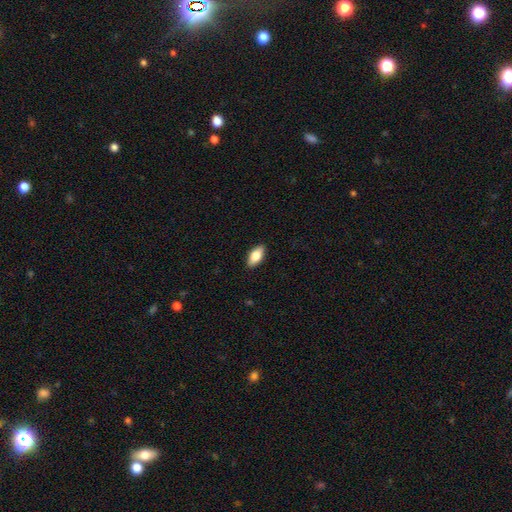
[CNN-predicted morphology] Overall: smooth (79%). How rounded: in between (89%). Merging: none (89%).